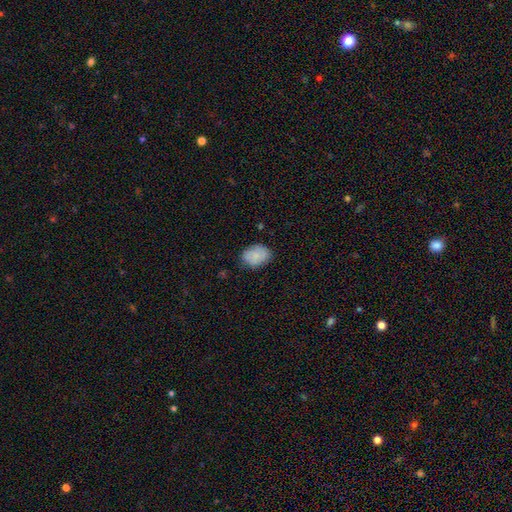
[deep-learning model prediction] smooth_or_featured: smooth (p=0.83) [alt: featured or disk p=0.10]
how_rounded: in between (p=0.74) [alt: round p=0.25]
merging: none (p=0.78) [alt: minor disturbance p=0.17]